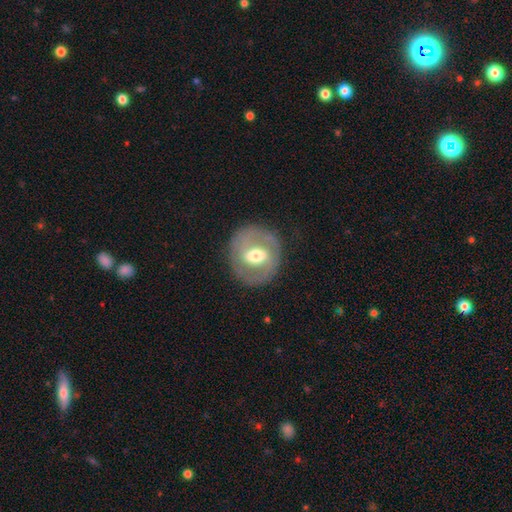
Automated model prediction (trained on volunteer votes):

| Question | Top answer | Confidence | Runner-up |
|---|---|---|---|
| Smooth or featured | featured or disk | 64% | smooth (30%) |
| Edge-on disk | no | 96% | yes (4%) |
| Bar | weak | 42% | no (30%) |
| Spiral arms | yes | 55% | no (45%) |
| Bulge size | moderate | 66% | large (17%) |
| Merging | none | 81% | minor disturbance (11%) |